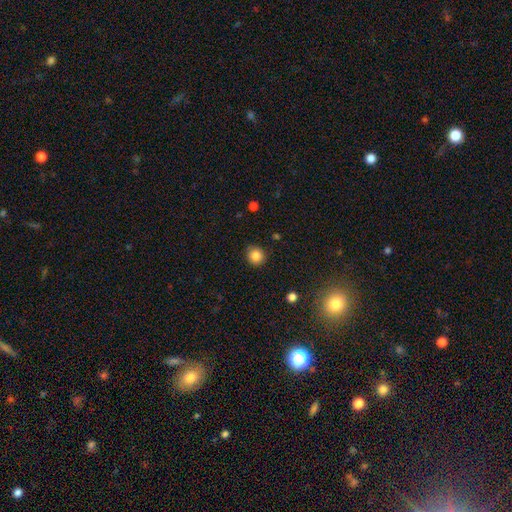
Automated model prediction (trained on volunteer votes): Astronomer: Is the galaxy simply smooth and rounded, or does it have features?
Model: smooth — 84%.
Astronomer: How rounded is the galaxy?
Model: round — 87%.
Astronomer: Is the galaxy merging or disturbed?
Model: none — 88%.